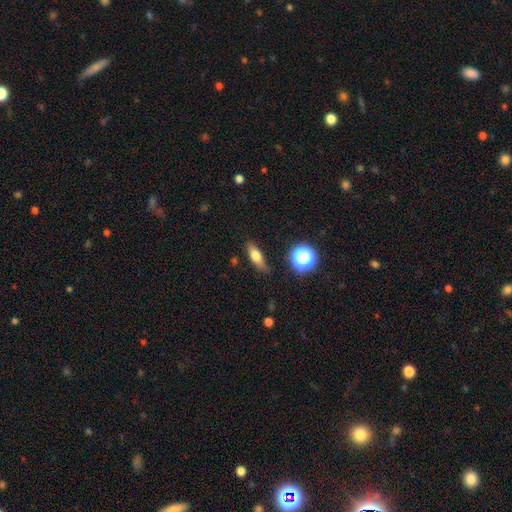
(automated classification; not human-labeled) smooth_or_featured: smooth (p=0.67) [alt: featured or disk p=0.23]
how_rounded: in between (p=0.53) [alt: cigar-shaped p=0.36]
merging: none (p=0.75) [alt: minor disturbance p=0.18]